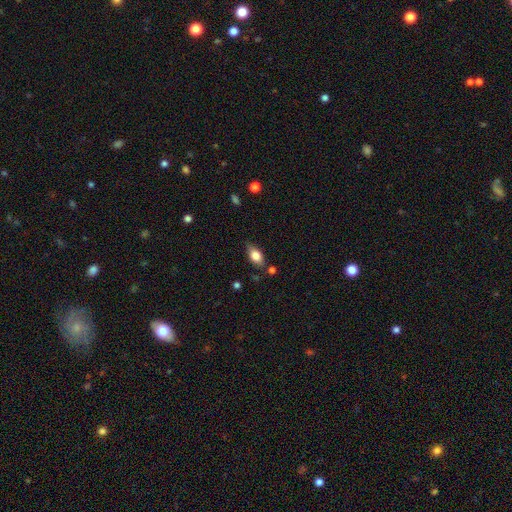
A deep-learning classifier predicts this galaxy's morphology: Smooth or featured: smooth — 80% (featured or disk — 13%)
How rounded: in between — 87% (round — 7%)
Merging: none — 73% (minor disturbance — 19%)